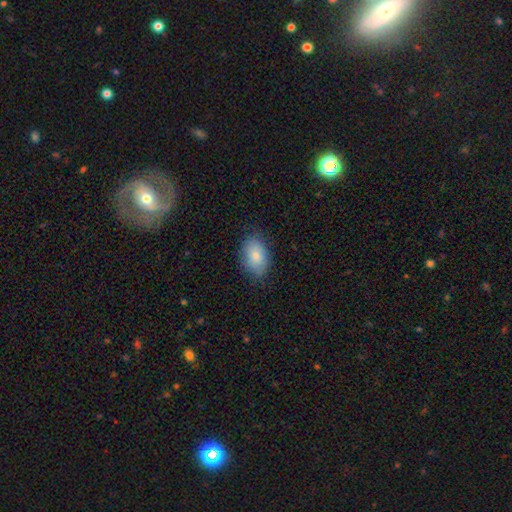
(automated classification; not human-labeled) smooth_or_featured: smooth (p=0.84) [alt: featured or disk p=0.09]
how_rounded: in between (p=0.90) [alt: round p=0.08]
merging: none (p=0.81) [alt: minor disturbance p=0.14]